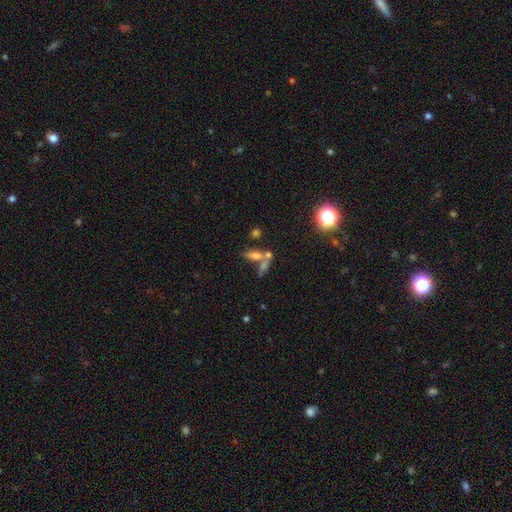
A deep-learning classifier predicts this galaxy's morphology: A smooth galaxy with no disk features (61%) that is in between round and cigar-shaped (60%). Merging: merger (45%).